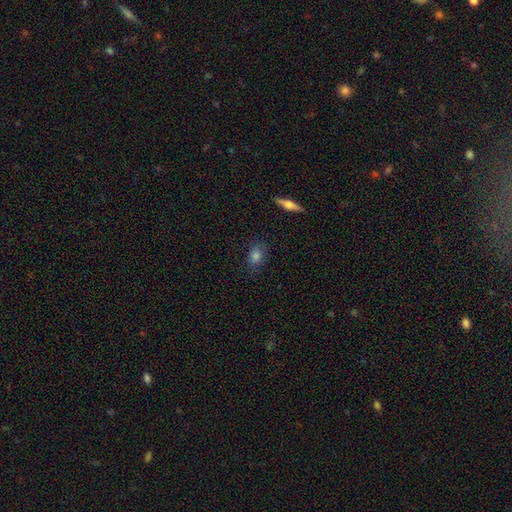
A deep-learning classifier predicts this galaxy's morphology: A smooth galaxy with no disk features (79%) that is in between round and cigar-shaped (65%). Merging: none (83%).